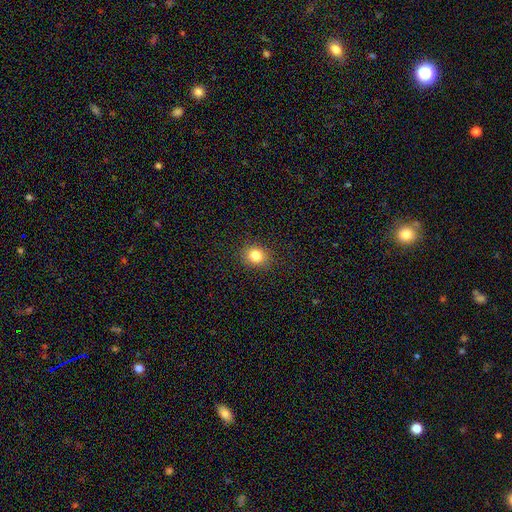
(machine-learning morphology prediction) Overall: smooth (83%). How rounded: round (66%; in between 33%). Merging: none (89%).